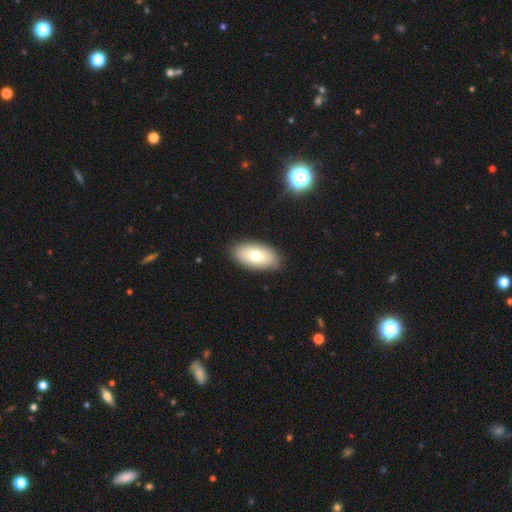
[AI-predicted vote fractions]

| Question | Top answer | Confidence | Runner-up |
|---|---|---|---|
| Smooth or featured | smooth | 74% | featured or disk (19%) |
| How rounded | in between | 94% | round (4%) |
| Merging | none | 87% | minor disturbance (9%) |